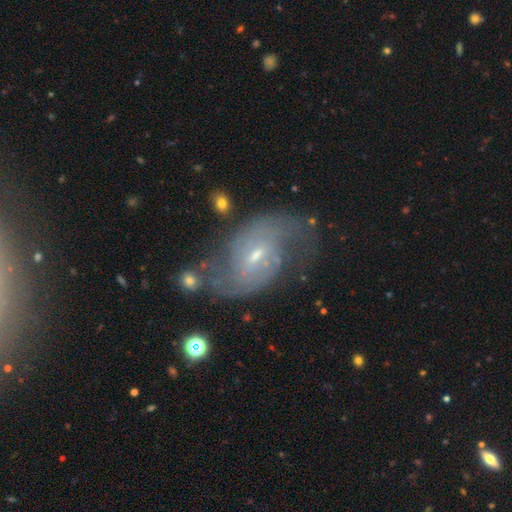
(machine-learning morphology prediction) type=featured or disk (82%); edge-on=no (96%); bar=weak (56%); spiral arms=yes (93%); winding=medium (45%); arm count=2 (73%); bulge=small (65%); merging=none (62%).